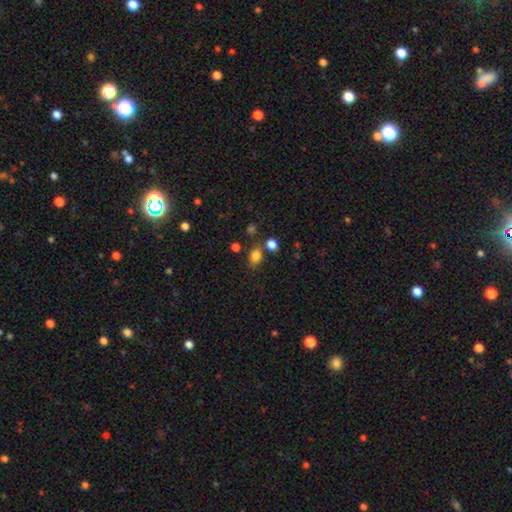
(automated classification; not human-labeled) Smooth or featured? Predicted: smooth (p=0.81). How rounded? Predicted: in between (p=0.62). Merging? Predicted: none (p=0.71).